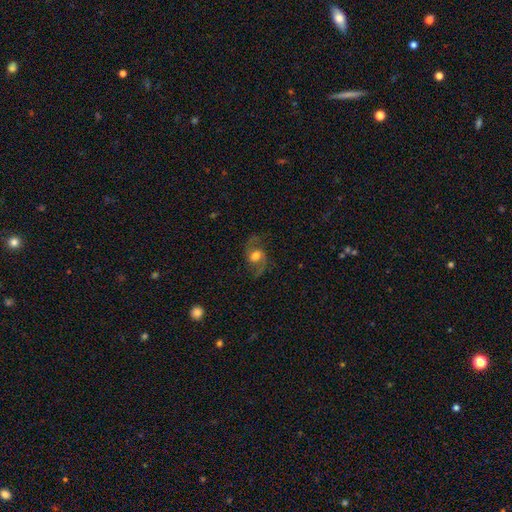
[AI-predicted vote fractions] Smooth or featured: featured or disk — 75% (smooth — 17%)
Edge-on disk: no — 96% (yes — 4%)
Bar: no — 50% (weak — 39%)
Spiral arms: yes — 92% (no — 8%)
Spiral winding: loose — 51% (medium — 42%)
Spiral arm count: 2 — 92% (can't tell — 3%)
Bulge size: moderate — 57% (large — 29%)
Merging: none — 74% (minor disturbance — 15%)